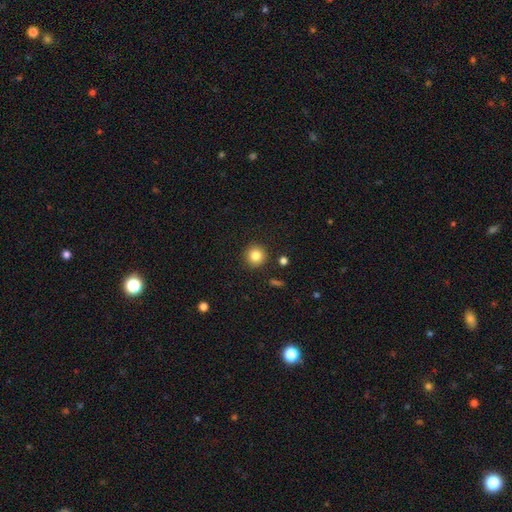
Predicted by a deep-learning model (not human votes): Q: Smooth or featured?
A: smooth (84%); runner-up: star or artifact (10%)
Q: How rounded?
A: round (94%); runner-up: in between (5%)
Q: Merging?
A: none (90%); runner-up: minor disturbance (6%)